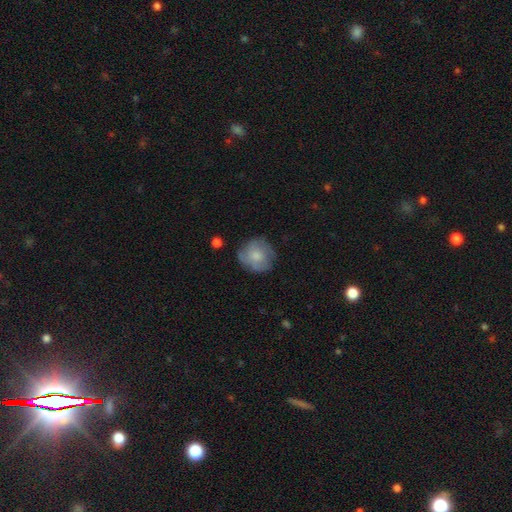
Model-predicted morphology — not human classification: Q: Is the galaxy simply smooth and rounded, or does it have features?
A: smooth — 65%.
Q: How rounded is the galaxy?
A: round — 87%.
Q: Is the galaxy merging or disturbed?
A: none — 71%.